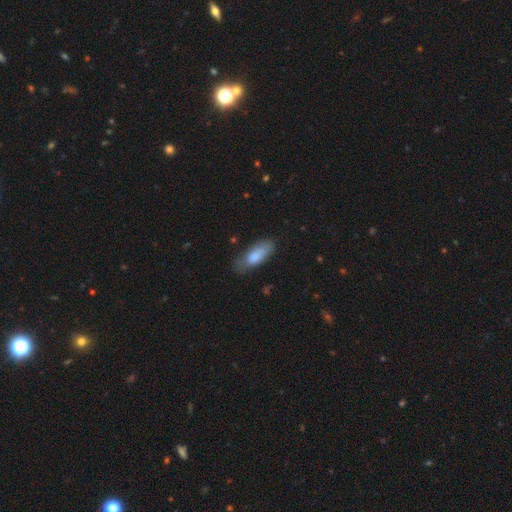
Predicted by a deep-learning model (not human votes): The model was most divided on "merging": none: 59%, minor disturbance: 29%, major disturbance: 9%, merger: 2%. More confident: smooth or featured — smooth (81%); how rounded — in between (74%).